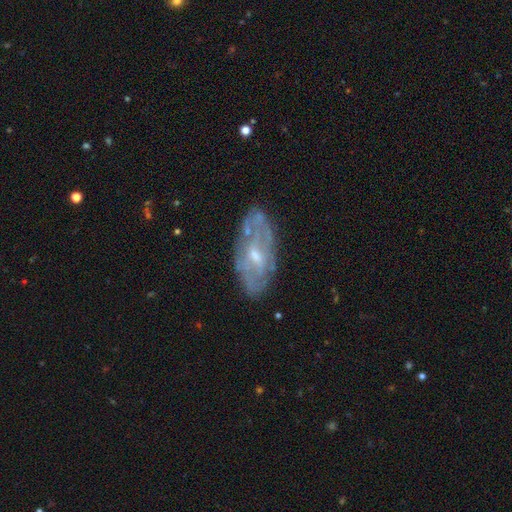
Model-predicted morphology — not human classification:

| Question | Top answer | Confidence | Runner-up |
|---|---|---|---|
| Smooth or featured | featured or disk | 72% | smooth (21%) |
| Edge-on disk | no | 88% | yes (12%) |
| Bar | no | 46% | weak (43%) |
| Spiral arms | yes | 55% | no (45%) |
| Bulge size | small | 50% | moderate (43%) |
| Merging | none | 73% | minor disturbance (19%) |